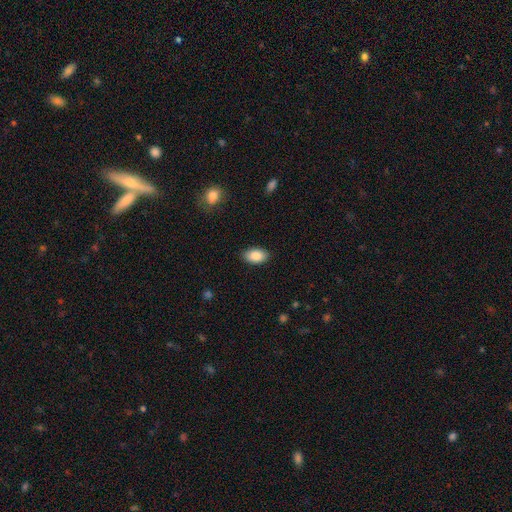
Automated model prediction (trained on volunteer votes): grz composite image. It shows a smooth galaxy with no disk features (87%) that is in between round and cigar-shaped (93%). Merging: none (87%).